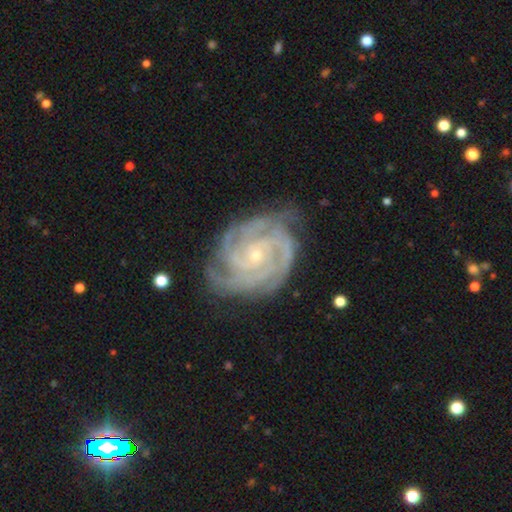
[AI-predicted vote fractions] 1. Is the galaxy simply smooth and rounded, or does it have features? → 92% featured or disk, 5% star or artifact, 4% smooth.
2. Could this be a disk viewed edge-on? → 98% no, 2% yes.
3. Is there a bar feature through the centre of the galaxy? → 69% no, 24% weak, 7% strong.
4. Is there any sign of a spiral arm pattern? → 99% yes, 1% no.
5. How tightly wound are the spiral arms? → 75% tight, 22% medium, 3% loose.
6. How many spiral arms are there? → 33% 4, 30% 3, 12% can't tell, 10% 2, 8% more than 4, 6% 1.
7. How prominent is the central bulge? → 78% small, 19% moderate, 1% none, 1% large, 1% dominant.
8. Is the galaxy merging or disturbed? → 75% none, 19% minor disturbance, 5% major disturbance, 1% merger.